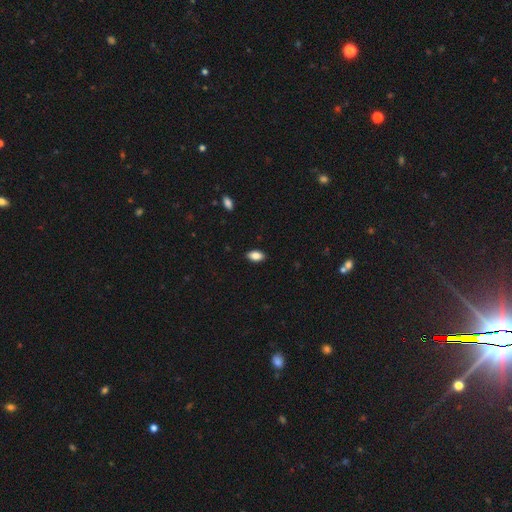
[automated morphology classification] Smooth or featured? smooth (86%)
How rounded? in between (91%)
Merging? none (89%)